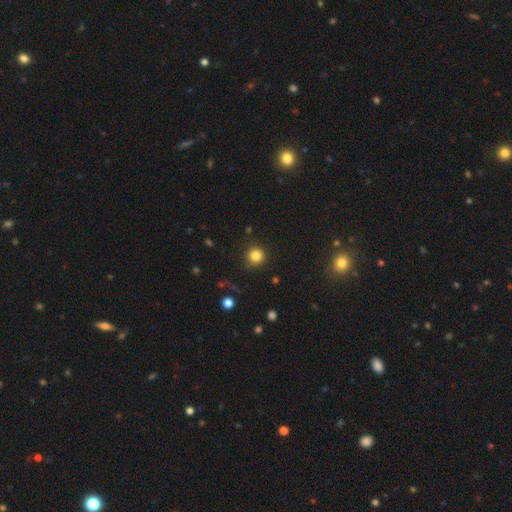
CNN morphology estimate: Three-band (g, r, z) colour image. It shows a smooth galaxy with no disk features (83%) that is round (94%). Merging: none (89%).